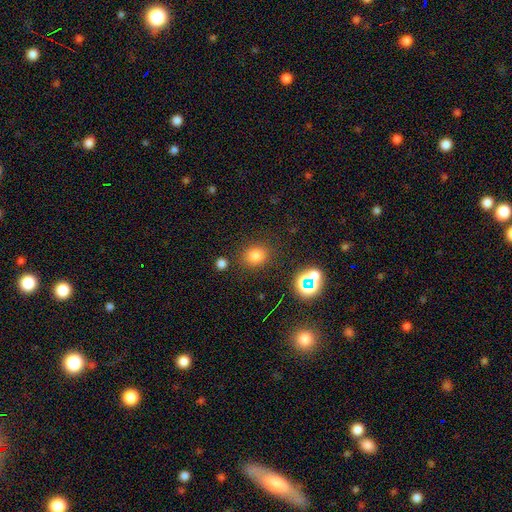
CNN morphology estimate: Q: Smooth or featured?
A: smooth (76%); runner-up: star or artifact (18%)
Q: How rounded?
A: round (69%); runner-up: in between (30%)
Q: Merging?
A: none (83%); runner-up: minor disturbance (9%)